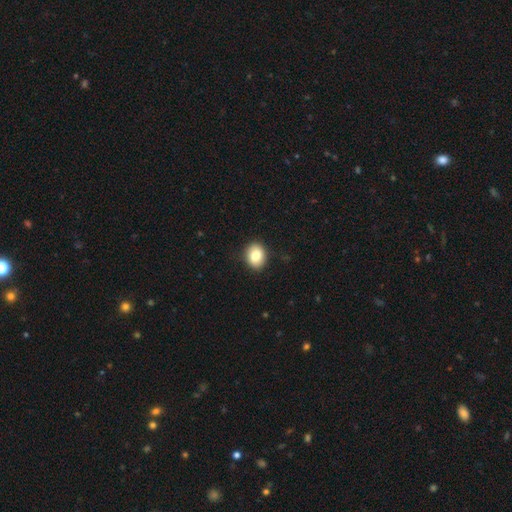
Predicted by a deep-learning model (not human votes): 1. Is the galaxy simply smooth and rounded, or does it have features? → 83% smooth, 9% featured or disk, 8% star or artifact.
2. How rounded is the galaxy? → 50% round, 49% in between, 1% cigar-shaped.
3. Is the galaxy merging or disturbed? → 89% none, 8% minor disturbance, 2% major disturbance, 1% merger.